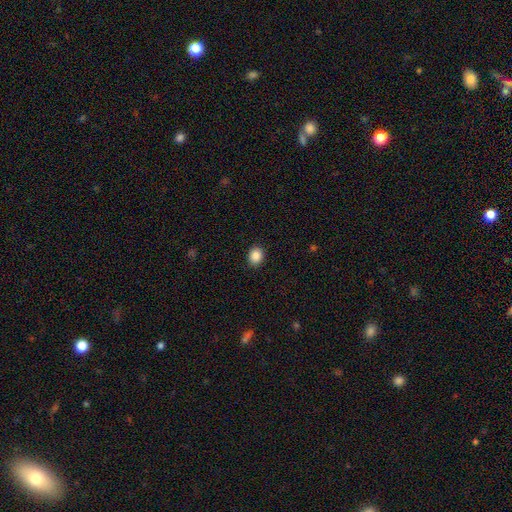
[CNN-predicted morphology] Overall: smooth (88%). How rounded: round (56%; in between 43%). Merging: none (90%).